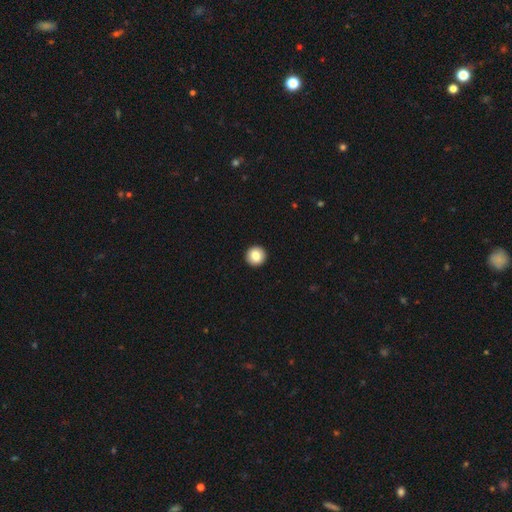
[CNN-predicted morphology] A smooth galaxy with no disk features (85%) that is round (95%).

Vote fractions:
- Smooth or featured? smooth: 85% / star or artifact: 8% / featured or disk: 6%
- How rounded? round: 95% / in between: 4% / cigar-shaped: 1%
- Merging? none: 94% / minor disturbance: 4% / major disturbance: 1% / merger: 1%